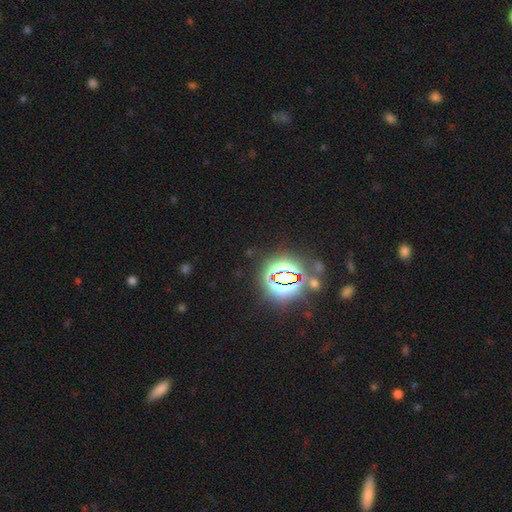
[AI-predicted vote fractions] Morphology: type=star or artifact (79%).